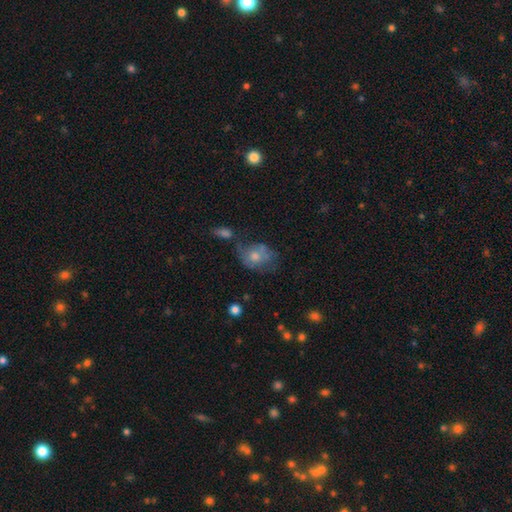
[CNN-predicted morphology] smooth_or_featured: smooth (p=0.57) [alt: featured or disk p=0.33]
how_rounded: in between (p=0.59) [alt: round p=0.40]
merging: none (p=0.34) [alt: minor disturbance p=0.27]